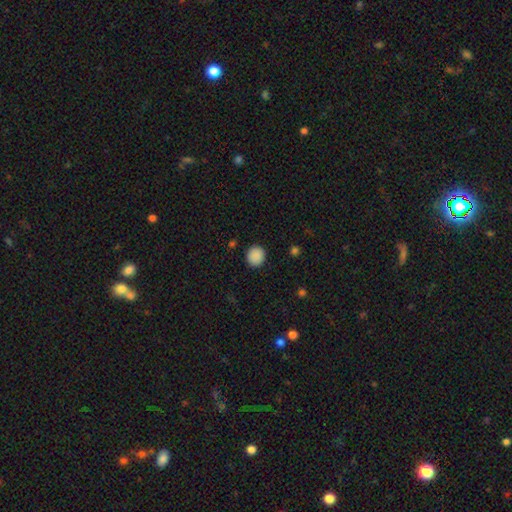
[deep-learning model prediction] A smooth galaxy with no disk features (89%) that is round (87%).

Vote fractions:
- Smooth or featured? smooth: 89% / star or artifact: 9% / featured or disk: 2%
- How rounded? round: 87% / in between: 12% / cigar-shaped: 1%
- Merging? none: 91% / minor disturbance: 6% / major disturbance: 2% / merger: 1%